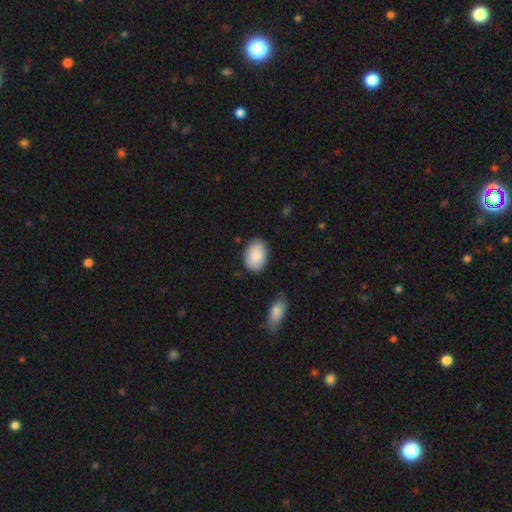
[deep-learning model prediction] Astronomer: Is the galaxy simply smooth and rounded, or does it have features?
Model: smooth — 88%.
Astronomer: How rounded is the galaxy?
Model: in between — 85%.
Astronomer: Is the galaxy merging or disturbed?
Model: none — 84%.